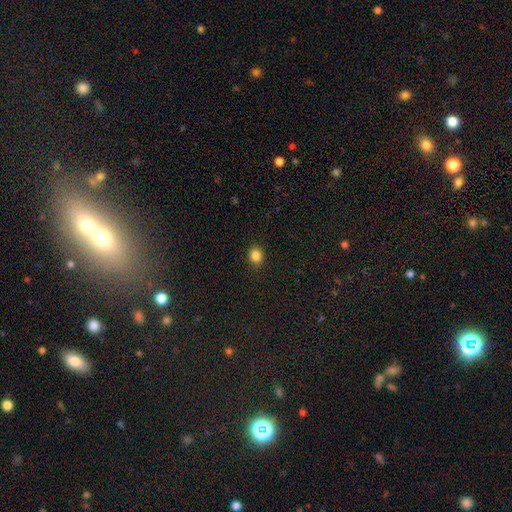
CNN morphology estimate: This appears to be a smooth galaxy with no disk features (85%) that is round (69%). Merging: none (90%).